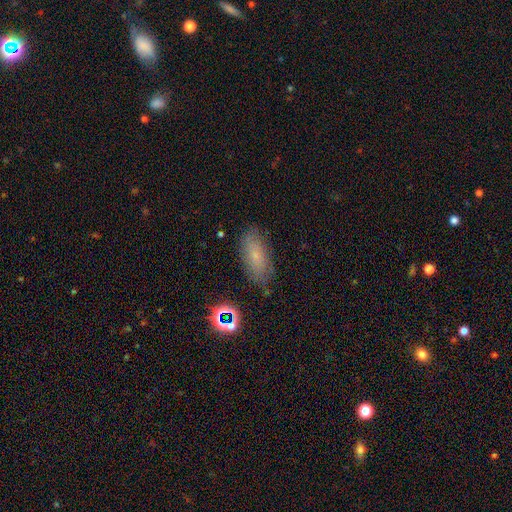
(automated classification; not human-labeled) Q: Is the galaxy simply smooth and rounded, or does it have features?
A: smooth — 62%.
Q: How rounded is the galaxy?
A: in between — 85%.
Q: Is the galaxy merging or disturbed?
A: none — 77%.